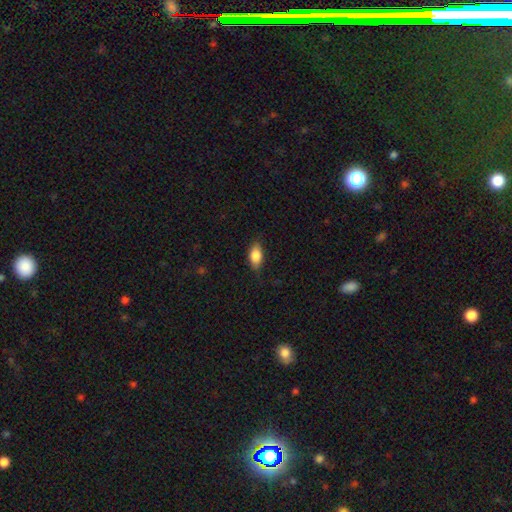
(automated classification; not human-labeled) Smooth or featured?
  - smooth: 84% *
  - featured or disk: 9%
  - star or artifact: 7%
How rounded?
  - in between: 88% *
  - round: 6%
  - cigar-shaped: 5%
Merging?
  - none: 74% *
  - minor disturbance: 21%
  - major disturbance: 5%
  - merger: 1%